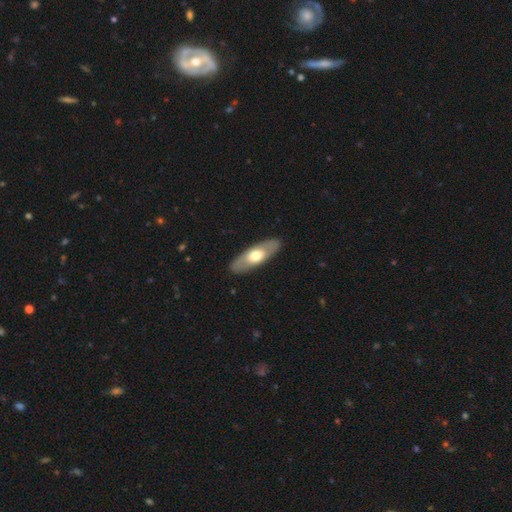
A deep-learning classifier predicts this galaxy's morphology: A smooth galaxy with no disk features (53%) that is in between round and cigar-shaped (64%). Merging: none (89%).